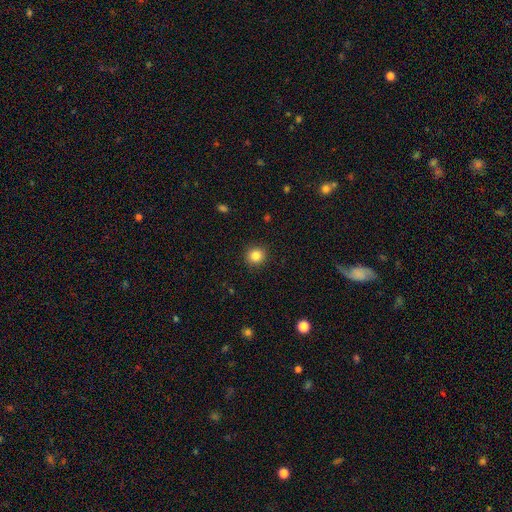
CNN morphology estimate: Smooth or featured: smooth — 85% (star or artifact — 11%)
How rounded: round — 90% (in between — 9%)
Merging: none — 91% (minor disturbance — 6%)